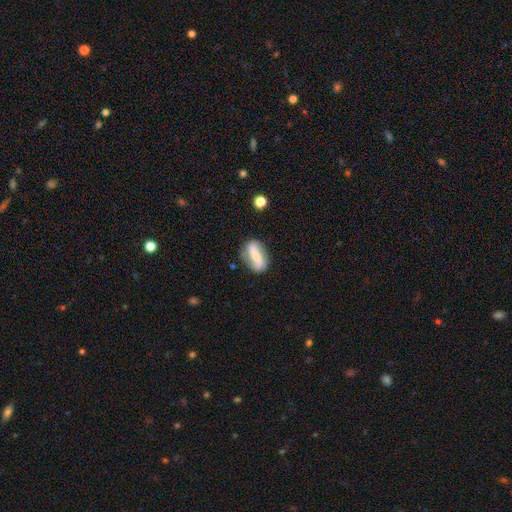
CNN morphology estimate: This is likely a featured or disk galaxy (61%). It is clearly not viewed edge-on (90%). Bar: possibly strong (49%). Spiral arm pattern: clearly yes (83%). Central bulge: possibly small (52%). Merging: likely none (77%).